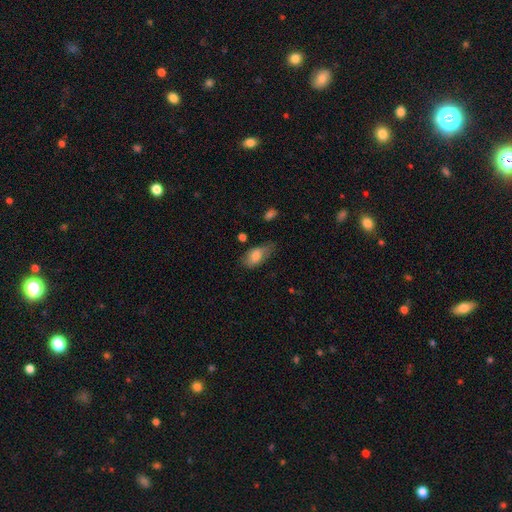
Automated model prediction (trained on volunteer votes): The model was most divided on "merging": none: 48%, minor disturbance: 36%, major disturbance: 14%, merger: 3%. More confident: how rounded — in between (89%); smooth or featured — smooth (76%).